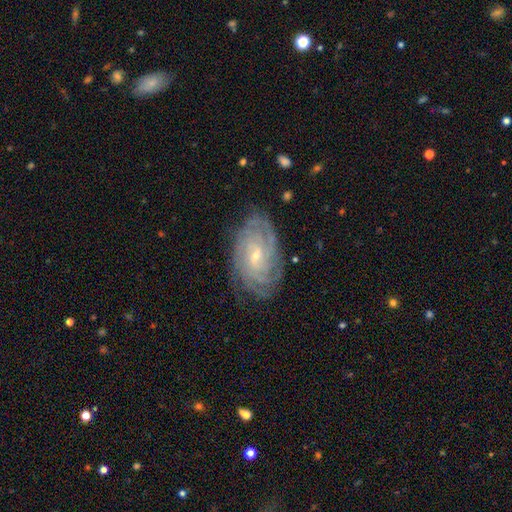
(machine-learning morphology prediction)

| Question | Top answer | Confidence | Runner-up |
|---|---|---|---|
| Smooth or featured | featured or disk | 86% | smooth (8%) |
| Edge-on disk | no | 96% | yes (4%) |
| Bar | no | 54% | weak (37%) |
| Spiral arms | yes | 97% | no (3%) |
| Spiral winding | tight | 78% | medium (19%) |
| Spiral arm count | can't tell | 32% | 4 (25%) |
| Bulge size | small | 72% | moderate (25%) |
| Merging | none | 80% | minor disturbance (15%) |